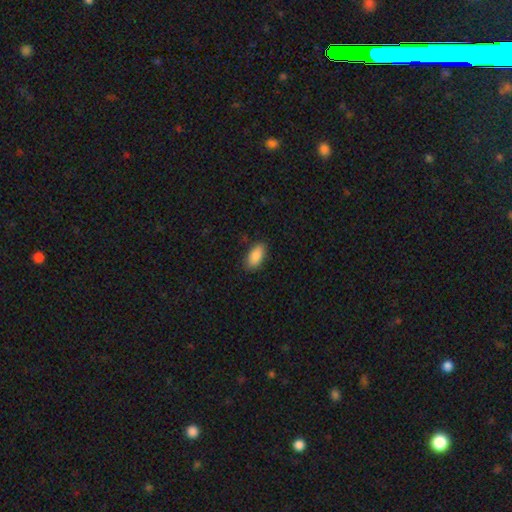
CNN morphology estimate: A smooth galaxy with no disk features (89%) that is in between round and cigar-shaped (92%). Merging: none (84%).